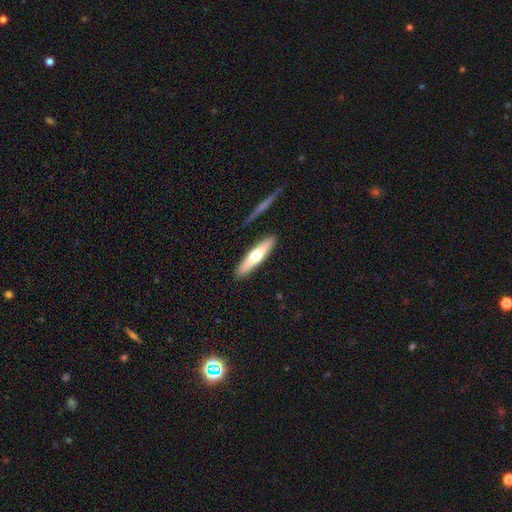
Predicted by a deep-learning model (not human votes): The model was most divided on "smooth or featured": smooth: 52%, featured or disk: 43%, star or artifact: 5%. More confident: merging — none (87%); how rounded — cigar-shaped (81%).